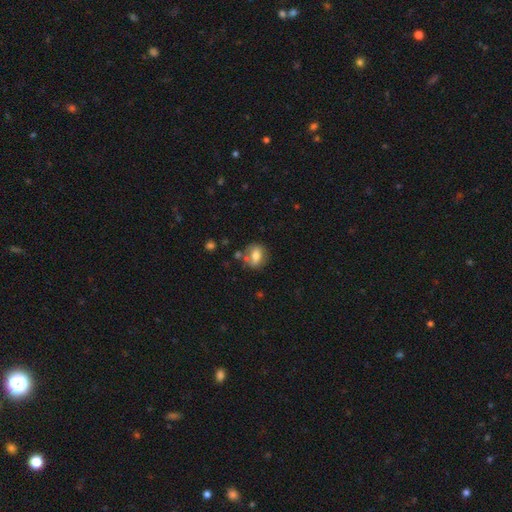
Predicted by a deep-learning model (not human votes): Q: Smooth or featured?
A: smooth (70%); runner-up: featured or disk (21%)
Q: How rounded?
A: round (57%); runner-up: in between (41%)
Q: Merging?
A: none (69%); runner-up: minor disturbance (16%)